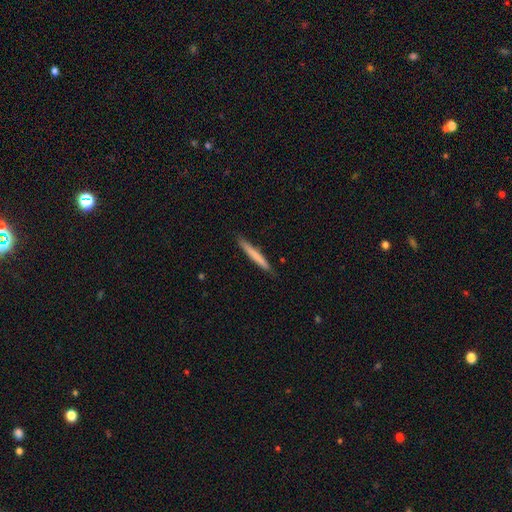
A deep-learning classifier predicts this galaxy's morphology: Q: Smooth or featured?
A: smooth (71%); runner-up: featured or disk (23%)
Q: How rounded?
A: cigar-shaped (97%); runner-up: in between (2%)
Q: Merging?
A: none (89%); runner-up: minor disturbance (8%)